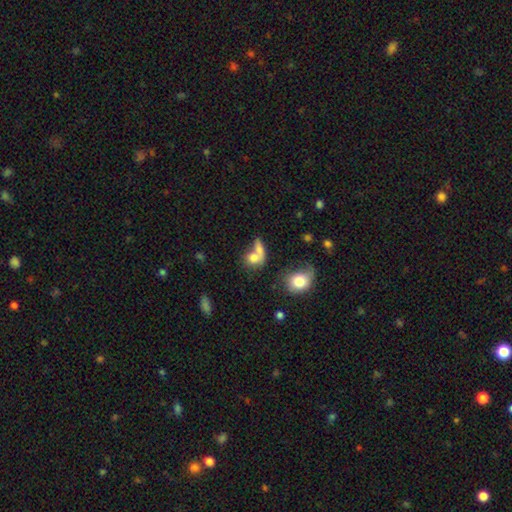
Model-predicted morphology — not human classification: Smooth or featured? Predicted: smooth (p=0.73). How rounded? Predicted: round (p=0.48, tied with in between). Merging? Predicted: merger (p=0.58).